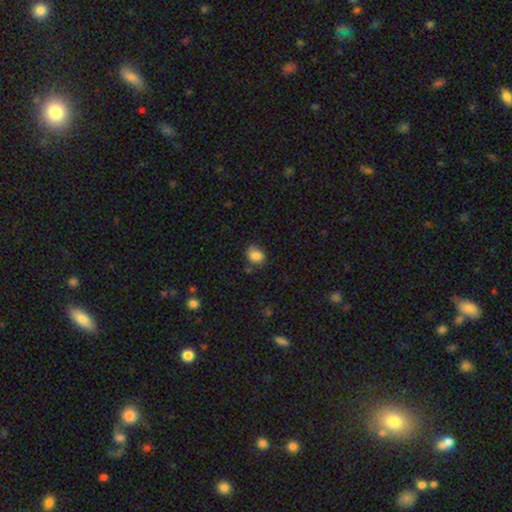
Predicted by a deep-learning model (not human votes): Smooth or featured? smooth (83%)
How rounded? in between (51%)
Merging? none (69%)